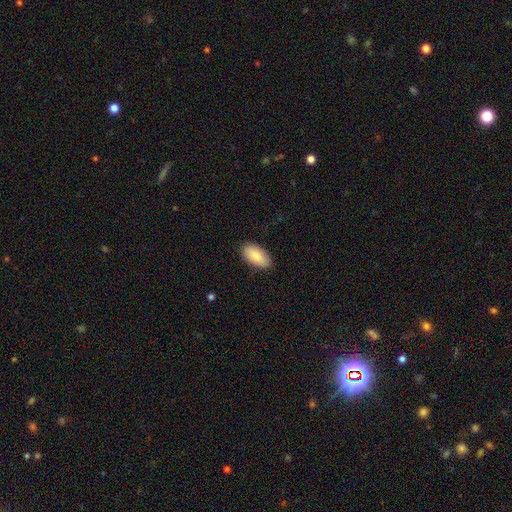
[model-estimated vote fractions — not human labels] Q: Smooth or featured?
A: smooth (81%); runner-up: featured or disk (13%)
Q: How rounded?
A: in between (94%); runner-up: cigar-shaped (3%)
Q: Merging?
A: none (87%); runner-up: minor disturbance (10%)